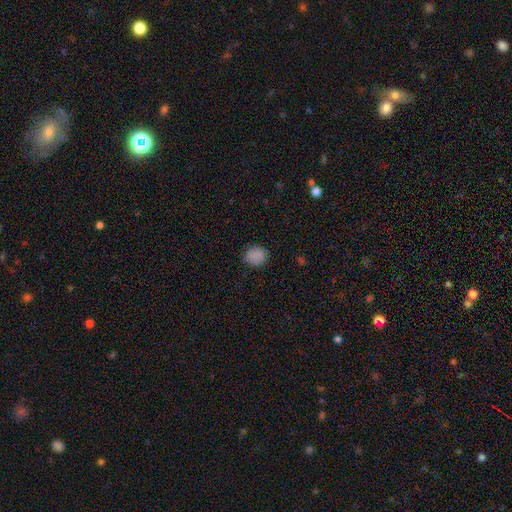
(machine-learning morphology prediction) A smooth galaxy with no disk features (86%) that is round (71%).

Vote fractions:
- Smooth or featured? smooth: 86% / star or artifact: 10% / featured or disk: 4%
- How rounded? round: 71% / in between: 28% / cigar-shaped: 1%
- Merging? none: 83% / minor disturbance: 13% / major disturbance: 3% / merger: 1%